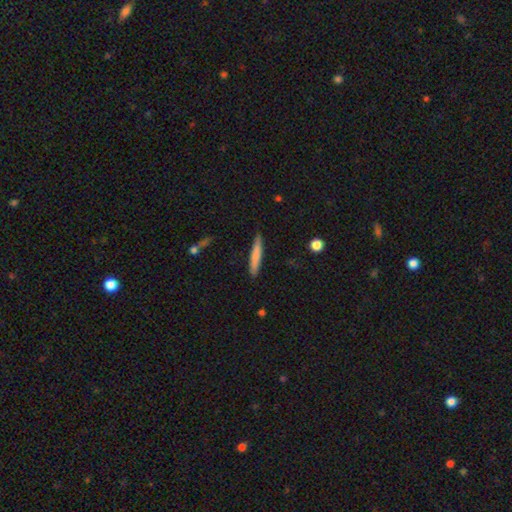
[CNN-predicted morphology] Q: Smooth or featured?
A: smooth (76%); runner-up: featured or disk (19%)
Q: How rounded?
A: cigar-shaped (93%); runner-up: in between (5%)
Q: Merging?
A: none (89%); runner-up: minor disturbance (8%)